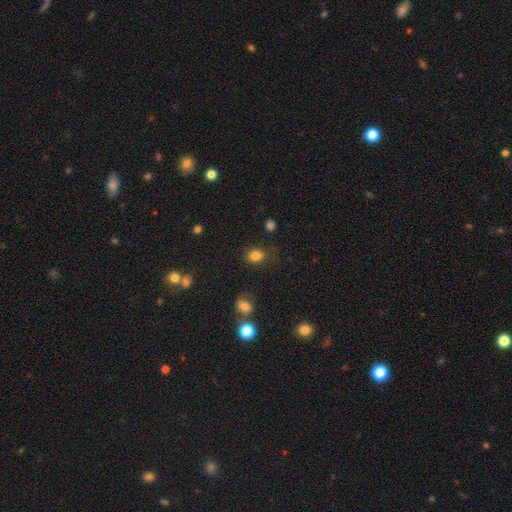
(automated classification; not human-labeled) A smooth galaxy with no disk features (82%) that is round (56%).

Vote fractions:
- Smooth or featured? smooth: 82% / star or artifact: 12% / featured or disk: 6%
- How rounded? round: 56% / in between: 43% / cigar-shaped: 1%
- Merging? none: 76% / minor disturbance: 16% / major disturbance: 6% / merger: 3%